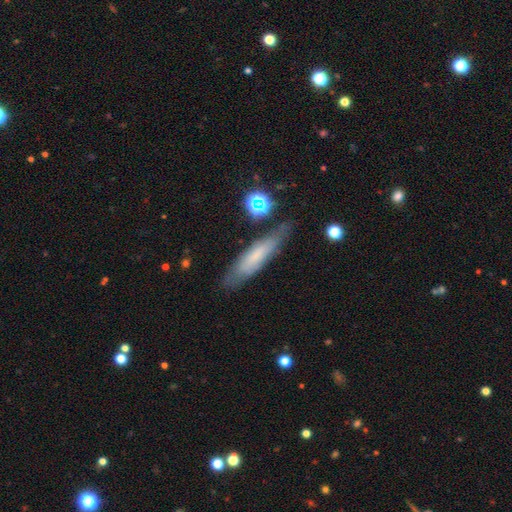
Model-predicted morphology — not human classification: This appears to be a smooth galaxy with no disk features (56%) that is cigar-shaped (76%). Merging: none (75%).